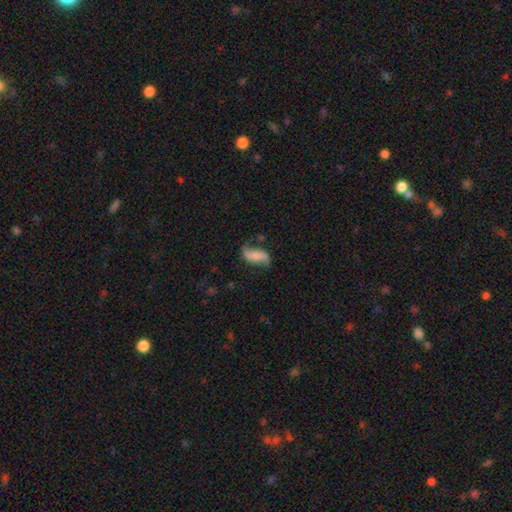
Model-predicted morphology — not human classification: A featured or disk galaxy (63%) with no bar (44%), 2 (89%) loose (82%) spiral arms (90%) and no central bulge (42%). Merging: none (60%).